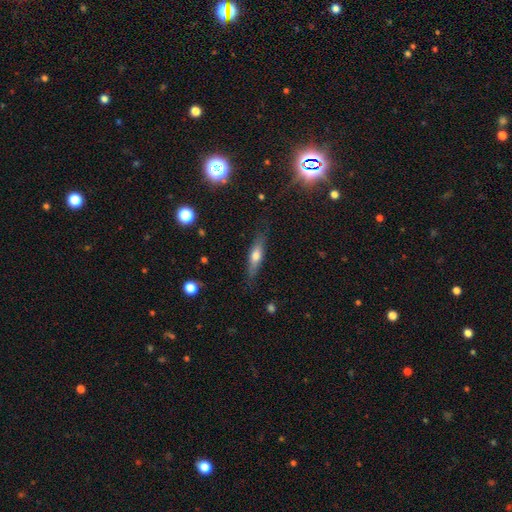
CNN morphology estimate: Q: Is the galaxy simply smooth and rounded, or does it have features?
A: smooth — 53%.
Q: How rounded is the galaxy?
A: cigar-shaped — 67%.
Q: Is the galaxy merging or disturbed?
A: none — 81%.